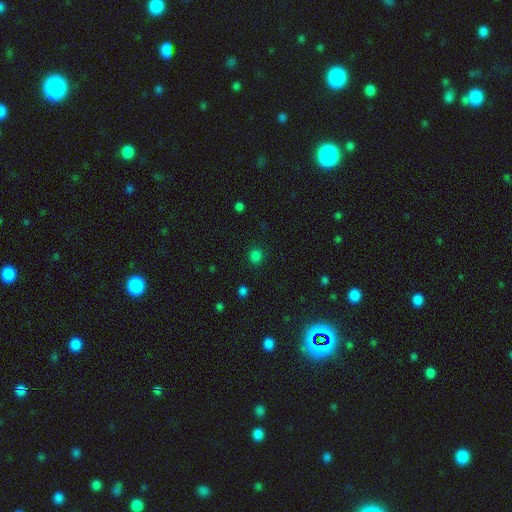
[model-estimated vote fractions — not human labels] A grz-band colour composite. It shows a smooth galaxy with no disk features (79%) that is round (88%). Merging: none (89%).